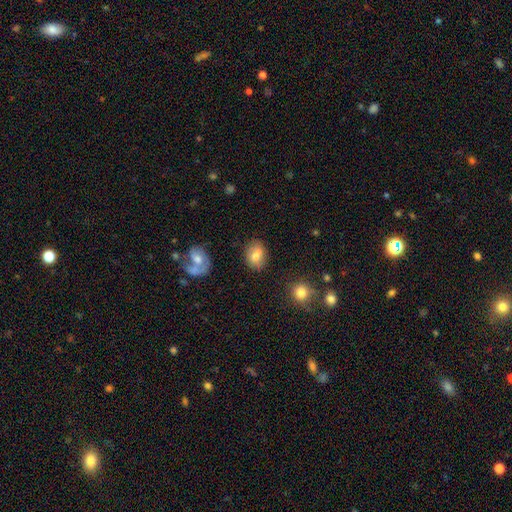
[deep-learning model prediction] smooth 73%, featured or disk 18%, star or artifact 9%. Down the decision tree: how rounded — in between (60%); merging — none (78%).